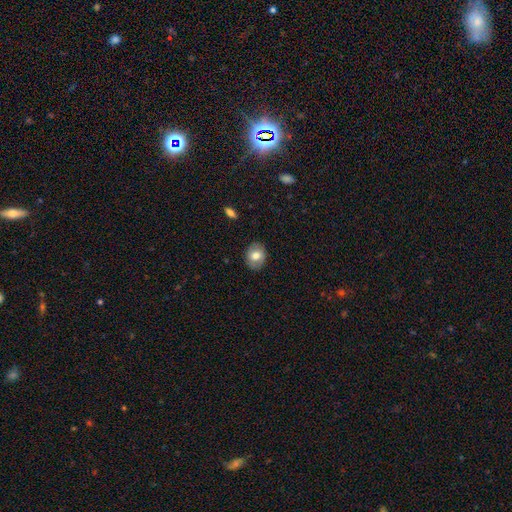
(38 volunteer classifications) Overall: featured or disk (58%; smooth 37%). Edge-on disk: no (100%). Bar: no (91%). Spiral arms: yes (77%). Spiral arm count: 2 (59%; can't tell 35%). Spiral winding: tight (82%). Bulge size: moderate (55%; large 41%). Merging: none (78%).